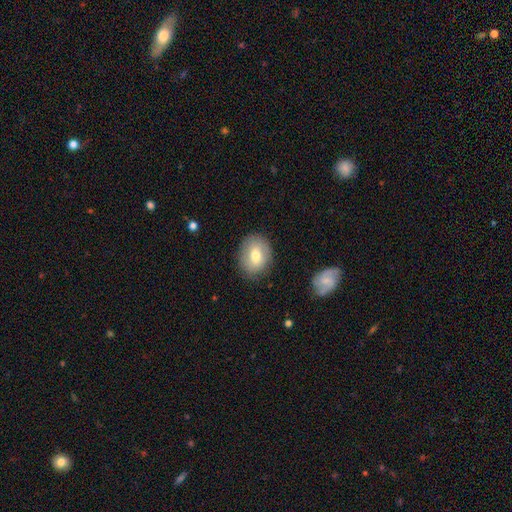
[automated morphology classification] Q: Smooth or featured?
A: smooth (71%); runner-up: featured or disk (22%)
Q: How rounded?
A: in between (68%); runner-up: round (31%)
Q: Merging?
A: none (83%); runner-up: minor disturbance (12%)